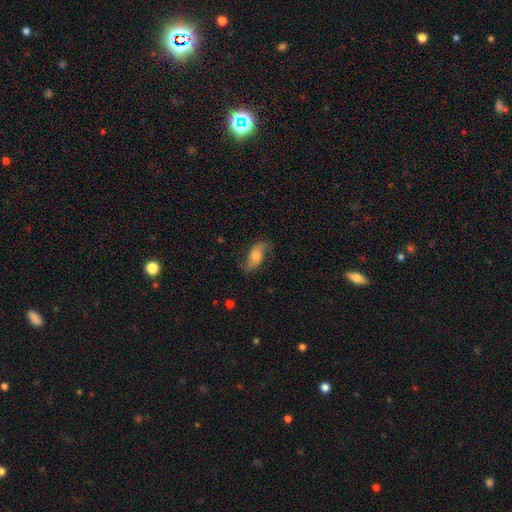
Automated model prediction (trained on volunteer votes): Overall: featured or disk (68%). Edge-on disk: no (93%). Bar: no (55%; weak 35%). Spiral arms: yes (92%). Spiral arm count: 2 (91%). Spiral winding: loose (69%). Bulge size: moderate (50%; small 28%). Merging: none (75%).